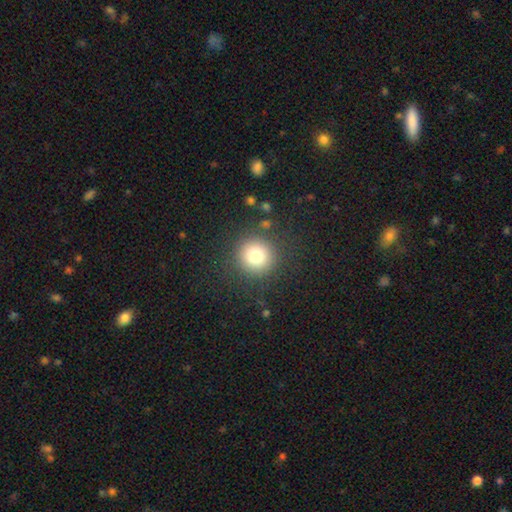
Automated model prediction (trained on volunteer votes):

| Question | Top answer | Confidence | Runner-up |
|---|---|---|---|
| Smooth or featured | smooth | 77% | star or artifact (14%) |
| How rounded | round | 95% | in between (4%) |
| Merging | none | 88% | minor disturbance (7%) |